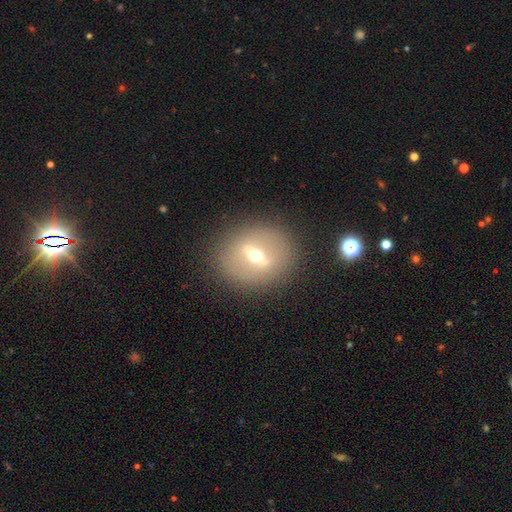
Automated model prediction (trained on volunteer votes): Overall: featured or disk (66%). Edge-on disk: no (68%; yes 32%). Merging: none (86%).